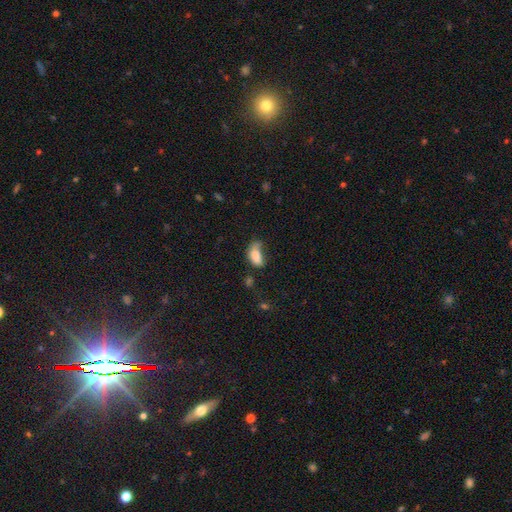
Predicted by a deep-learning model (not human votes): Q: Smooth or featured?
A: smooth (80%); runner-up: featured or disk (11%)
Q: How rounded?
A: in between (91%); runner-up: round (5%)
Q: Merging?
A: minor disturbance (35%); runner-up: none (30%)